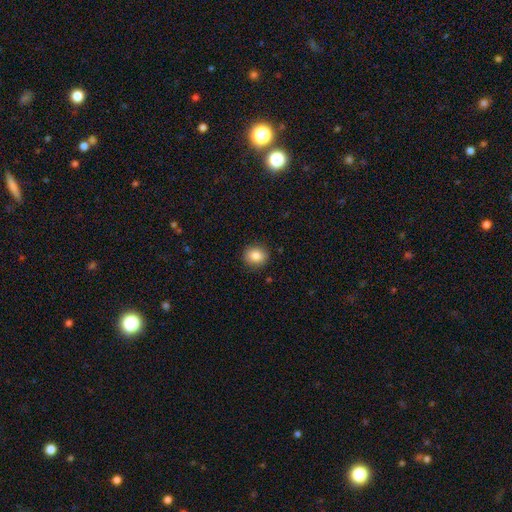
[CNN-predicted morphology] A smooth galaxy with no disk features (84%) that is round (77%).

Vote fractions:
- Smooth or featured? smooth: 84% / star or artifact: 9% / featured or disk: 6%
- How rounded? round: 77% / in between: 22% / cigar-shaped: 1%
- Merging? none: 89% / minor disturbance: 8% / major disturbance: 2% / merger: 1%